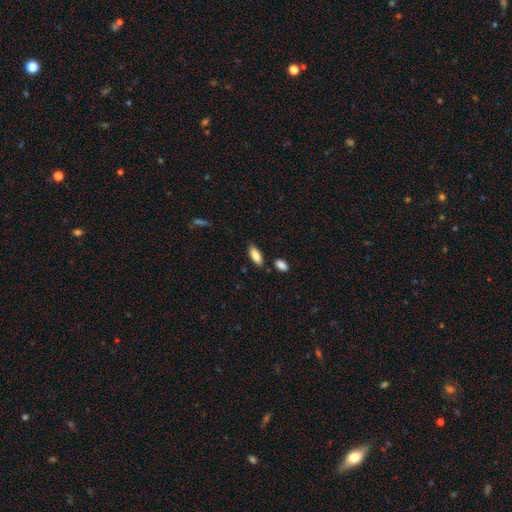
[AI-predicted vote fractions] Smooth or featured?
  - smooth: 86% *
  - featured or disk: 8%
  - star or artifact: 6%
How rounded?
  - in between: 83% *
  - cigar-shaped: 15%
  - round: 2%
Merging?
  - none: 81% *
  - minor disturbance: 12%
  - merger: 5%
  - major disturbance: 2%